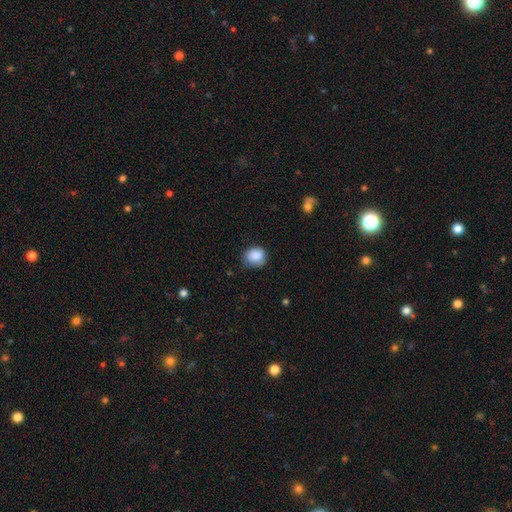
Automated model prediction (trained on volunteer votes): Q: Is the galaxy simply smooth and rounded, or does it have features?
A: smooth — 86%.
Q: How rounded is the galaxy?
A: round — 67%.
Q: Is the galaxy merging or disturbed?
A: none — 67%.